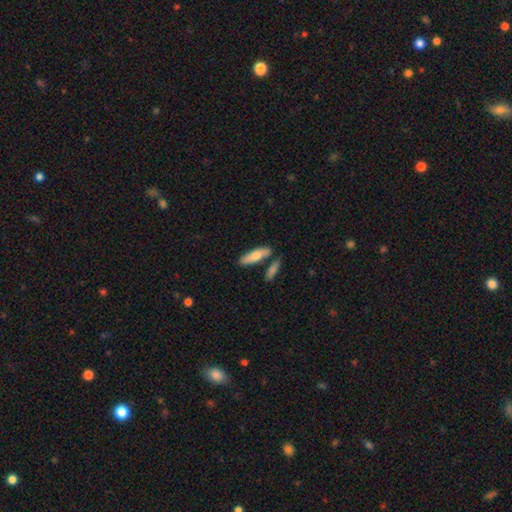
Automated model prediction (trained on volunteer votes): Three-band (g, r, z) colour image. It shows a smooth galaxy with no disk features (72%) that is cigar-shaped (58%). Merging: none (73%).